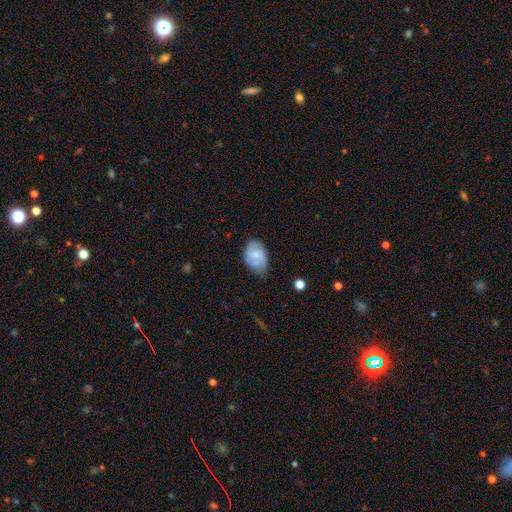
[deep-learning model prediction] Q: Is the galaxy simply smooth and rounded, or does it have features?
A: smooth — 62%.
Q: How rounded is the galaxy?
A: in between — 81%.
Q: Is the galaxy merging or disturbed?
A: none — 53%.